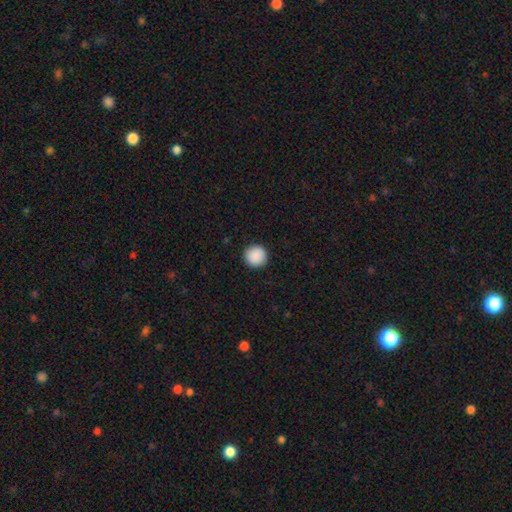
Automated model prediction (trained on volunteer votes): Overall: smooth (90%). How rounded: round (96%). Merging: none (93%).